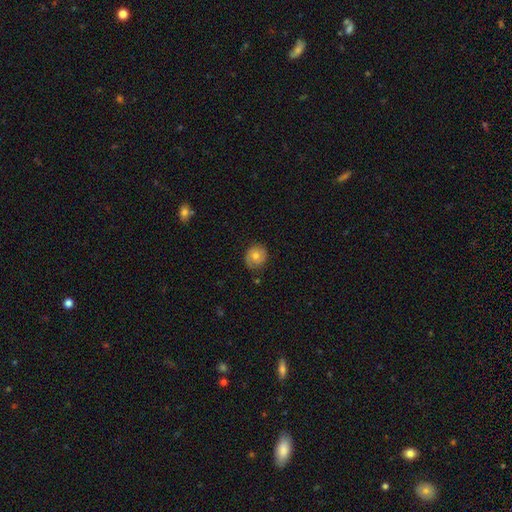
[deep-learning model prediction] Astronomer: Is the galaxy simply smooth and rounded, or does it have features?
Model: smooth — 58% (runner-up: featured or disk, 34%).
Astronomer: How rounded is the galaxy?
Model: round — 81%.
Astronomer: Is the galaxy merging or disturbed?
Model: none — 75%.